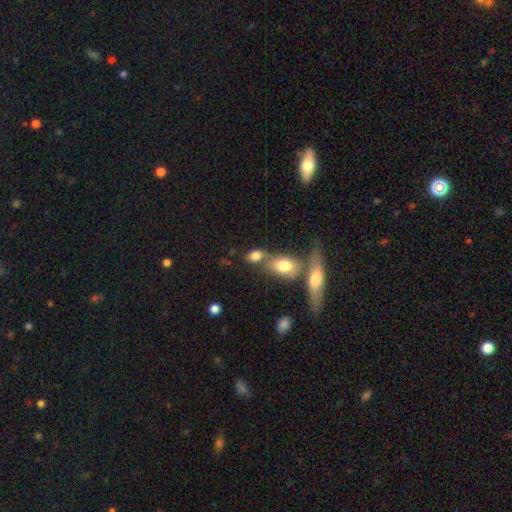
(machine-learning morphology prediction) Smooth or featured?
  - smooth: 79% *
  - featured or disk: 12%
  - star or artifact: 9%
How rounded?
  - in between: 80% *
  - round: 16%
  - cigar-shaped: 4%
Merging?
  - none: 41% *
  - merger: 39%
  - minor disturbance: 13%
  - major disturbance: 6%